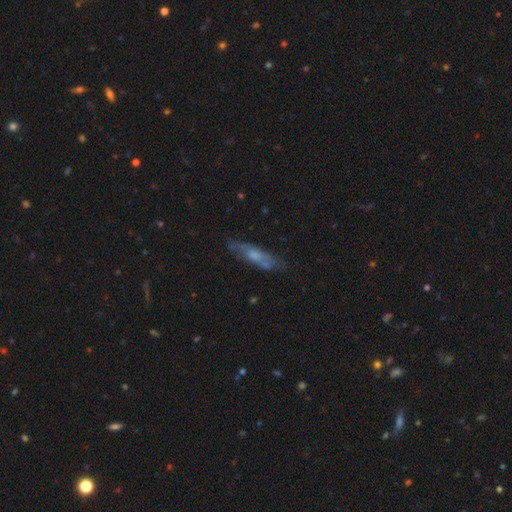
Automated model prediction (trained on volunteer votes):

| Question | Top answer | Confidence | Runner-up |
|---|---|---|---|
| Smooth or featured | featured or disk | 50% | smooth (42%) |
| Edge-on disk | no | 50% | tied: yes (50%) |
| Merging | none | 68% | minor disturbance (22%) |